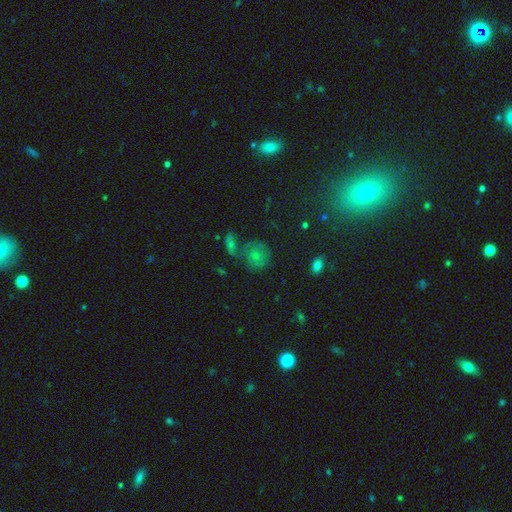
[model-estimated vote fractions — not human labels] Smooth or featured? Predicted: smooth (p=0.59). How rounded? Predicted: round (p=0.76). Merging? Predicted: none (p=0.51).